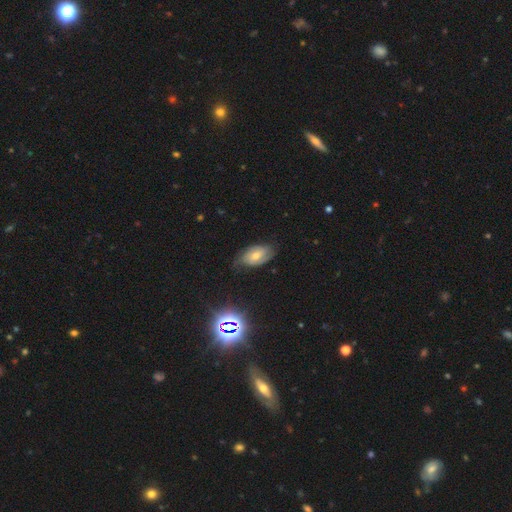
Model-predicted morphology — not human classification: featured or disk 52%, smooth 36%, star or artifact 12%. Down the decision tree: edge-on disk — no (93%); merging — none (67%).